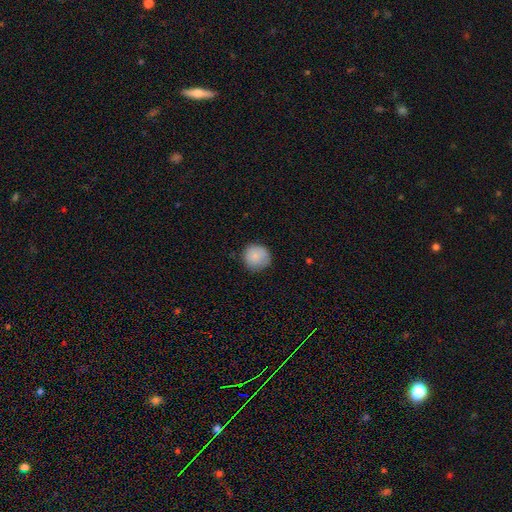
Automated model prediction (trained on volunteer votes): Smooth or featured? smooth (86%)
How rounded? round (93%)
Merging? none (79%)